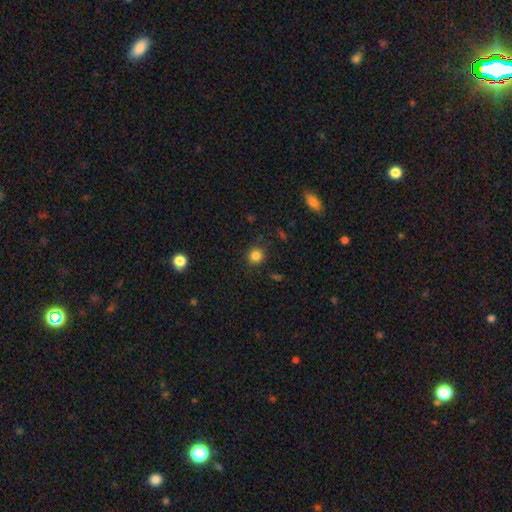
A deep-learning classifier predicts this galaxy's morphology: Q: Smooth or featured?
A: smooth (83%); runner-up: star or artifact (12%)
Q: How rounded?
A: round (90%); runner-up: in between (9%)
Q: Merging?
A: none (87%); runner-up: minor disturbance (9%)